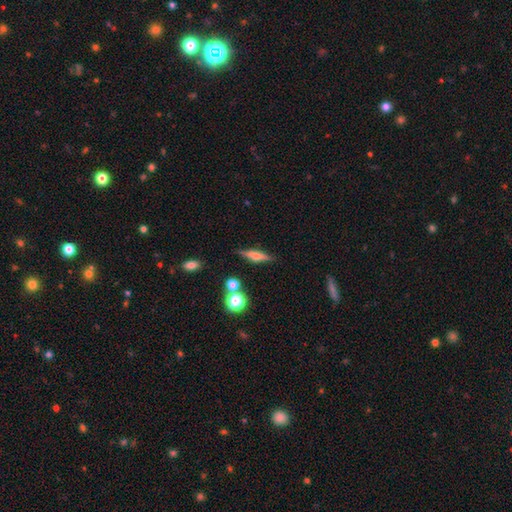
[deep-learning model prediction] smooth_or_featured: featured or disk (p=0.52) [alt: smooth p=0.38]
disk_edge_on: yes (p=0.93) [alt: no p=0.07]
merging: none (p=0.82) [alt: minor disturbance p=0.11]